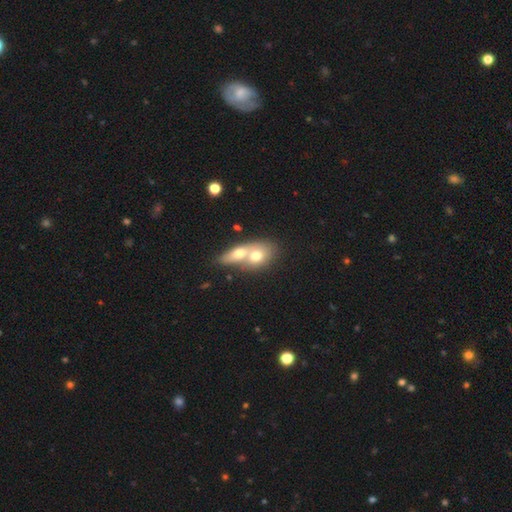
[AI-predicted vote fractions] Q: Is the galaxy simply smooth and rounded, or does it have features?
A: smooth — 65%.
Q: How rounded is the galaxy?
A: in between — 64%.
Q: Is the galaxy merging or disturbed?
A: merger — 73%.